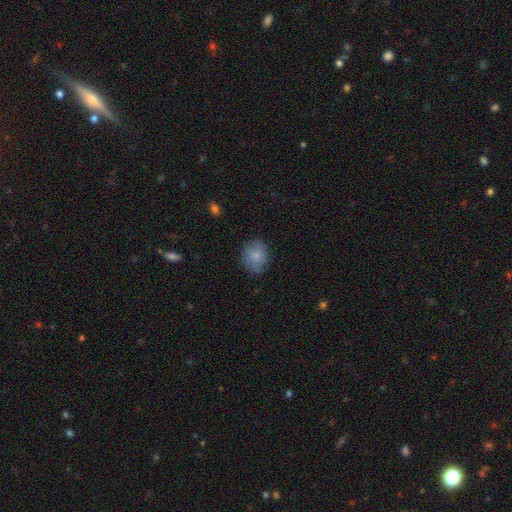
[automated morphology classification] smooth-or-featured: smooth: 79% | featured or disk: 13% | star or artifact: 8%
  how-rounded: round: 56% | in between: 43% | cigar-shaped: 1%
  merging: none: 74% | minor disturbance: 19% | major disturbance: 5% | merger: 1%